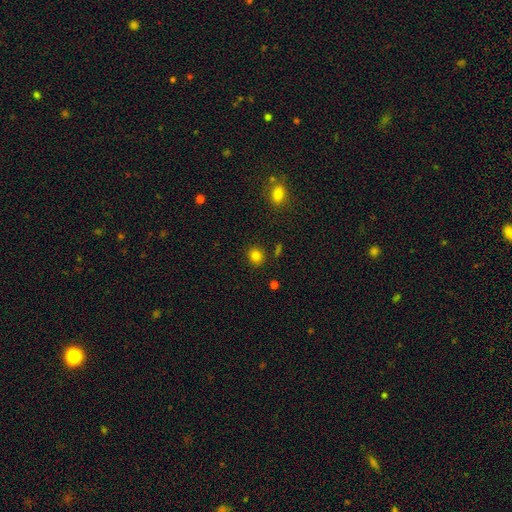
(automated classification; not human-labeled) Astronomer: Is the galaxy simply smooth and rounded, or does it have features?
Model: smooth — 82%.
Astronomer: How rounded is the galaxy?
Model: round — 81%.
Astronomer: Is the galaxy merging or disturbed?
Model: none — 87%.